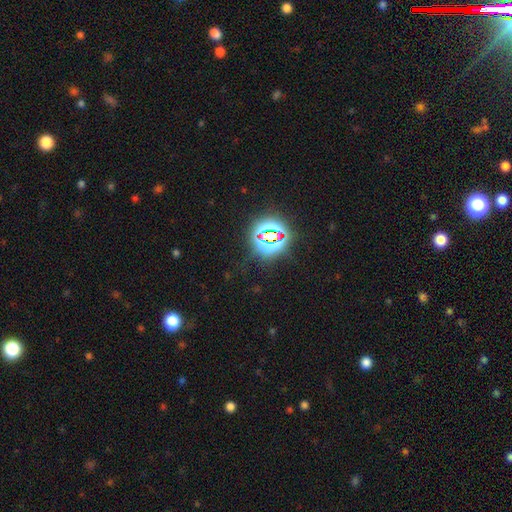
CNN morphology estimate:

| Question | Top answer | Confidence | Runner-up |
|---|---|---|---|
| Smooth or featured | star or artifact | 84% | smooth (10%) |